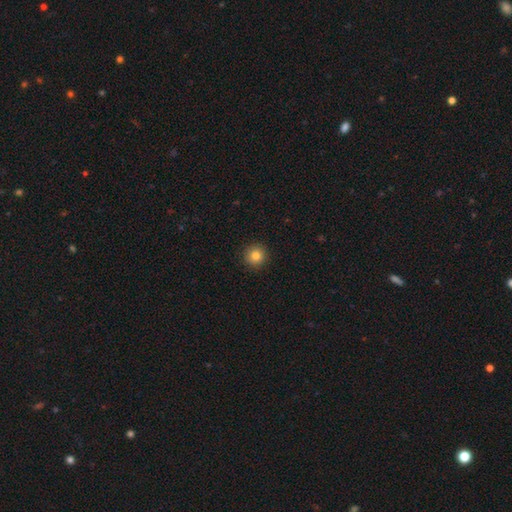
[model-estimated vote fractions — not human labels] Morphology: type=smooth (83%); roundness=round (95%); merging=none (92%).